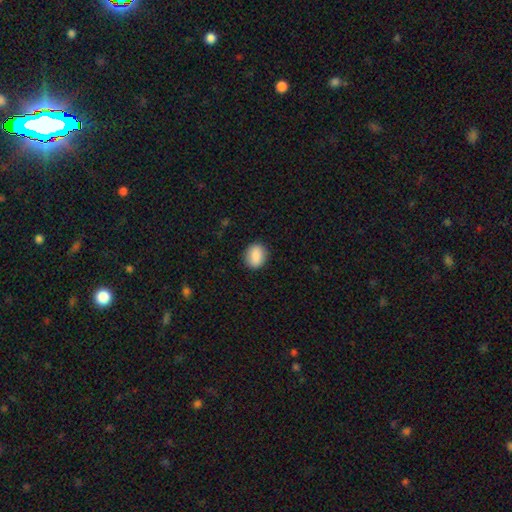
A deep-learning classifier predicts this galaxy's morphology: smooth 88%, star or artifact 7%, featured or disk 4%. Down the decision tree: how rounded — in between (54%); merging — none (87%).